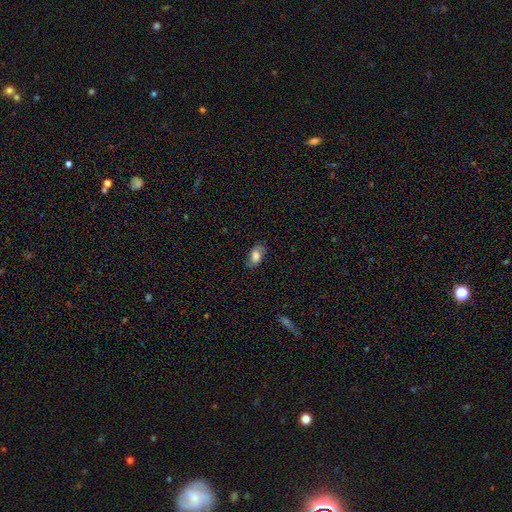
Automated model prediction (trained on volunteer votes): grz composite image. It shows a smooth galaxy with no disk features (71%) that is in between round and cigar-shaped (90%). Merging: none (74%).